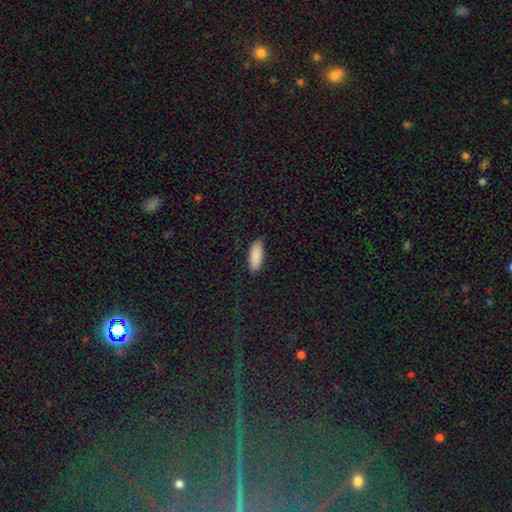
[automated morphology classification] type=smooth (90%); roundness=in between (75%); merging=none (88%).